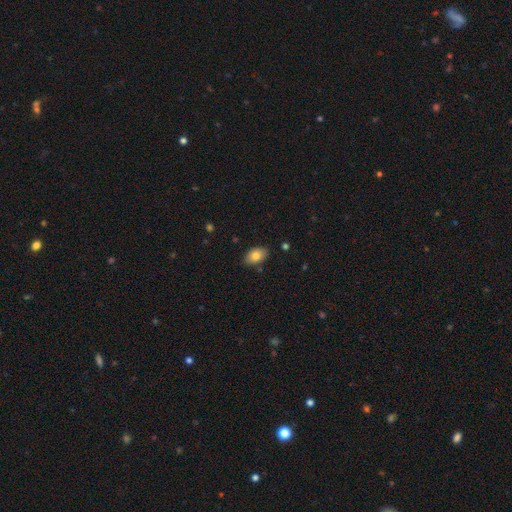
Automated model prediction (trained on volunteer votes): smooth 79%, featured or disk 13%, star or artifact 8%. Down the decision tree: how rounded — in between (91%); merging — none (84%).